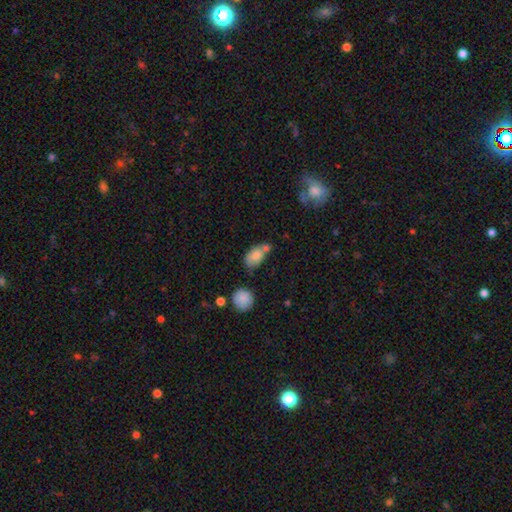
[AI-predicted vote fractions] This appears to be a smooth galaxy with no disk features (79%) that is in between round and cigar-shaped (87%). Merging: none (45%).